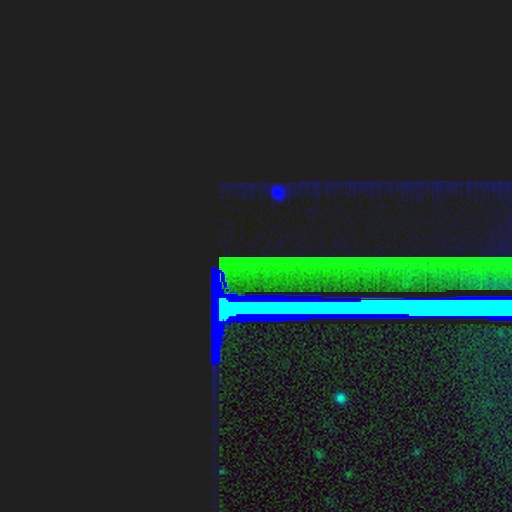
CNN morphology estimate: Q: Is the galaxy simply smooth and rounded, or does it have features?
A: star or artifact — 80%.